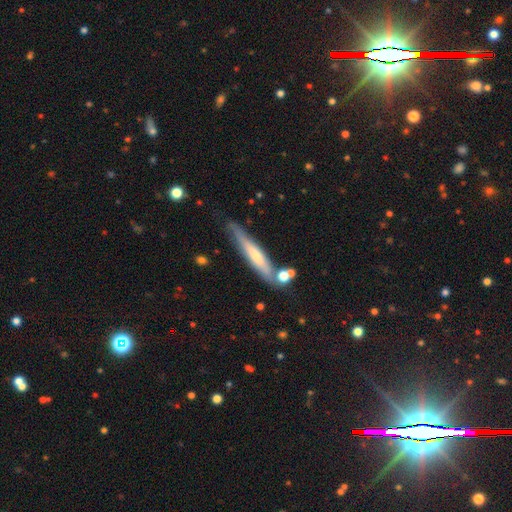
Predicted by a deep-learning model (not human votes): A smooth galaxy with no disk features (48%). Merging: none (68%).